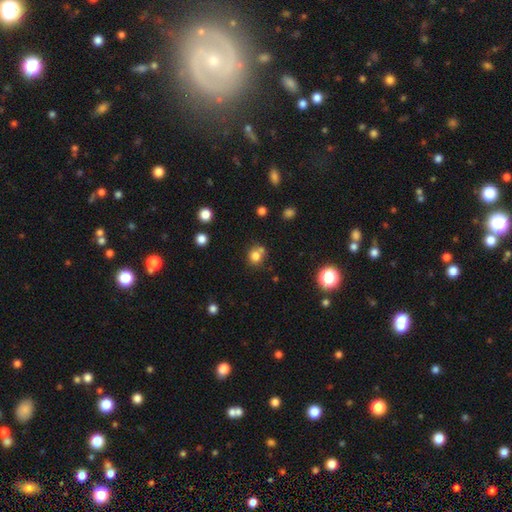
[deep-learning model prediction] Q: Smooth or featured?
A: smooth (78%); runner-up: star or artifact (14%)
Q: How rounded?
A: round (81%); runner-up: in between (18%)
Q: Merging?
A: none (56%); runner-up: merger (28%)